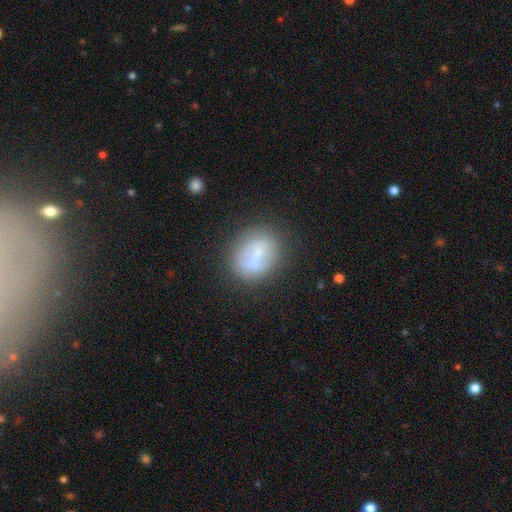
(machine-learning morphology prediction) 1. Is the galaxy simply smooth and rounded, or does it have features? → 55% smooth, 36% featured or disk, 9% star or artifact.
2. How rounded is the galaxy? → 50% in between, 49% round, 1% cigar-shaped.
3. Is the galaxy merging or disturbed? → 70% none, 18% minor disturbance, 8% major disturbance, 4% merger.